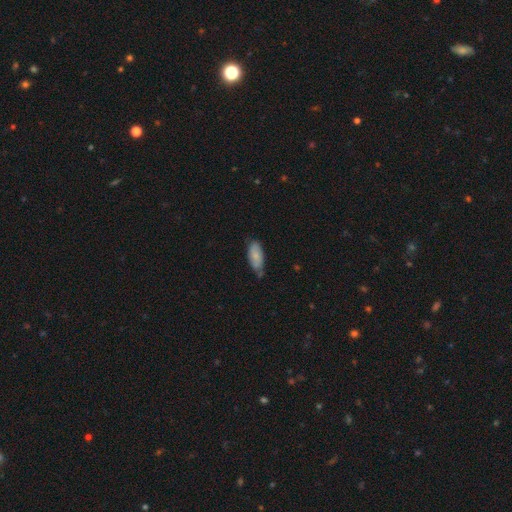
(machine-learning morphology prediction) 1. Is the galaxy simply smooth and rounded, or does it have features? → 77% smooth, 16% featured or disk, 6% star or artifact.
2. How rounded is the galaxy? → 83% in between, 15% cigar-shaped, 2% round.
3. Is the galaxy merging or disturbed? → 56% none, 34% minor disturbance, 5% major disturbance, 5% merger.